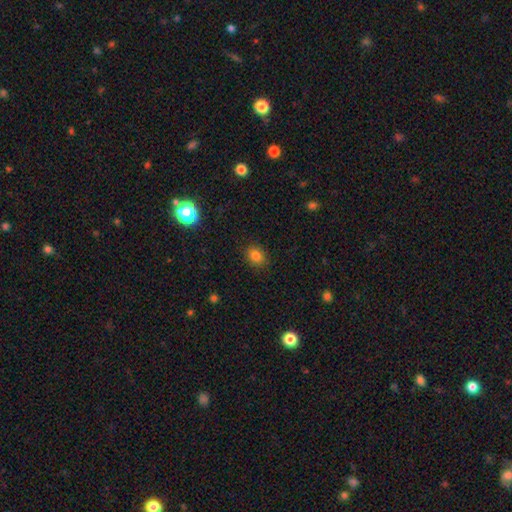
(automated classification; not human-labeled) Q: Smooth or featured?
A: smooth (81%); runner-up: star or artifact (13%)
Q: How rounded?
A: round (60%); runner-up: in between (39%)
Q: Merging?
A: none (88%); runner-up: minor disturbance (9%)